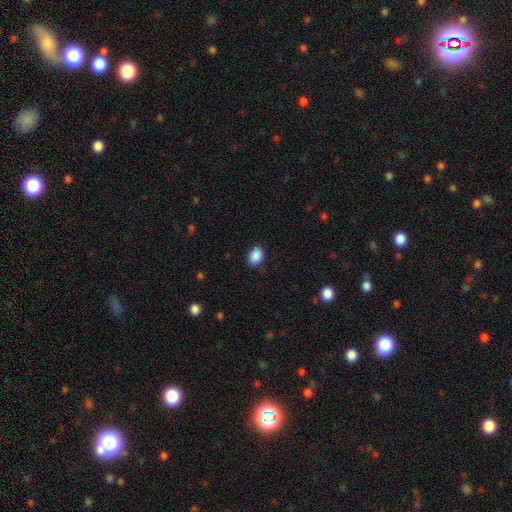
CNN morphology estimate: Smooth or featured? Predicted: smooth (p=0.89). How rounded? Predicted: in between (p=0.74). Merging? Predicted: none (p=0.85).